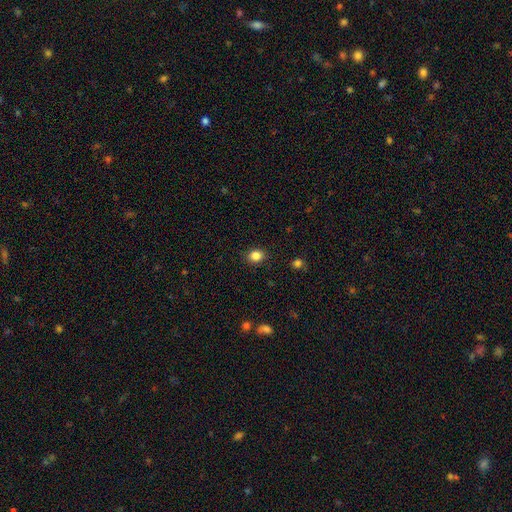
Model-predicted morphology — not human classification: This appears to be a smooth galaxy with no disk features (85%) that is round (60%). Merging: none (88%).